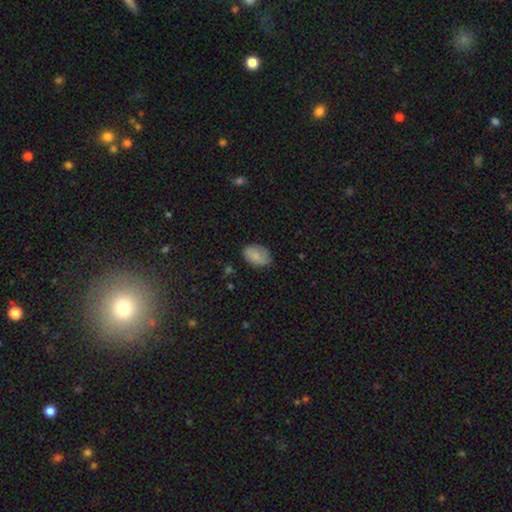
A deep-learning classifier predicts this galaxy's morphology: smooth_or_featured: smooth (p=0.81) [alt: featured or disk p=0.12]
how_rounded: in between (p=0.85) [alt: round p=0.14]
merging: none (p=0.77) [alt: minor disturbance p=0.18]